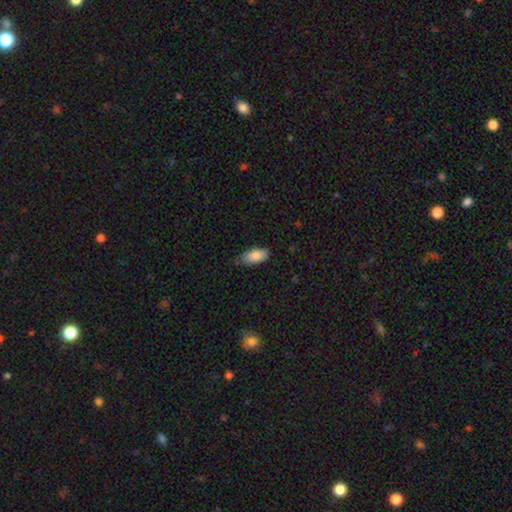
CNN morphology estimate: Smooth or featured?
  - smooth: 86% *
  - featured or disk: 8%
  - star or artifact: 7%
How rounded?
  - in between: 91% *
  - cigar-shaped: 7%
  - round: 2%
Merging?
  - none: 75% *
  - minor disturbance: 21%
  - major disturbance: 3%
  - merger: 1%